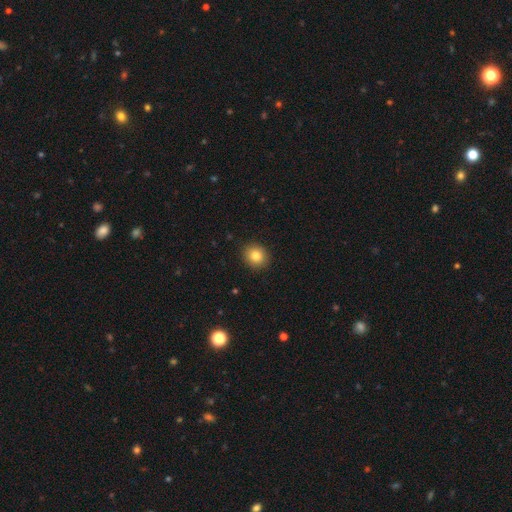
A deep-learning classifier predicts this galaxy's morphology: Overall: smooth (83%). How rounded: round (80%). Merging: none (90%).